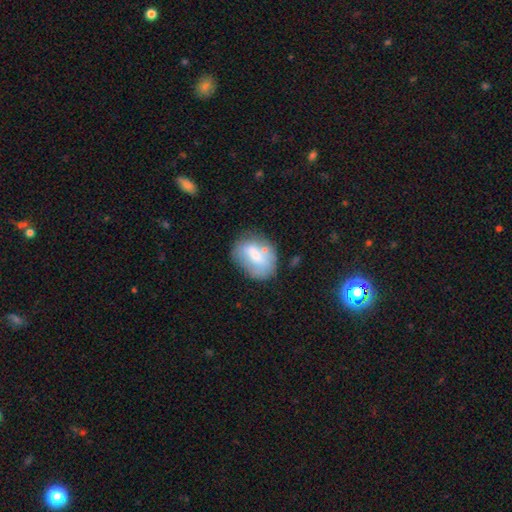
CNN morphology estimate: Q: Smooth or featured?
A: smooth (59%); runner-up: featured or disk (33%)
Q: How rounded?
A: in between (68%); runner-up: round (30%)
Q: Merging?
A: none (54%); runner-up: minor disturbance (24%)